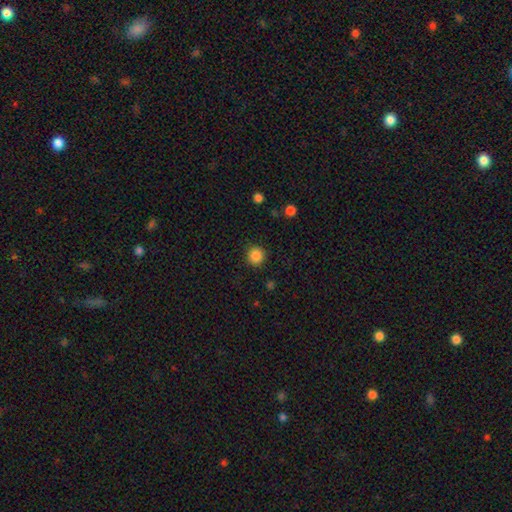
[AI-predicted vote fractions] The model was most divided on "smooth or featured": smooth: 86%, star or artifact: 10%, featured or disk: 4%. More confident: how rounded — round (94%); merging — none (91%).